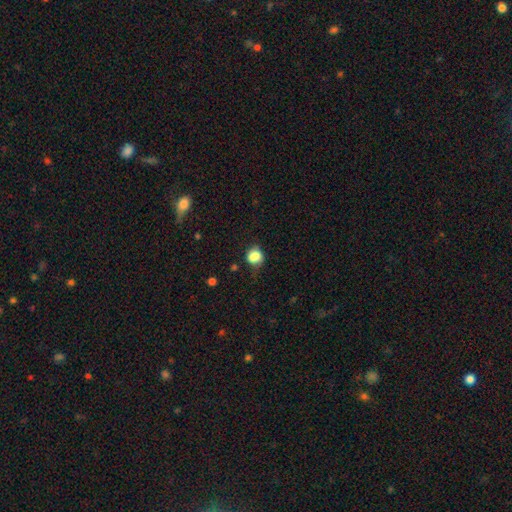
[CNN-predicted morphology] Smooth or featured: smooth — 82% (star or artifact — 10%)
How rounded: round — 67% (in between — 32%)
Merging: none — 53% (minor disturbance — 31%)